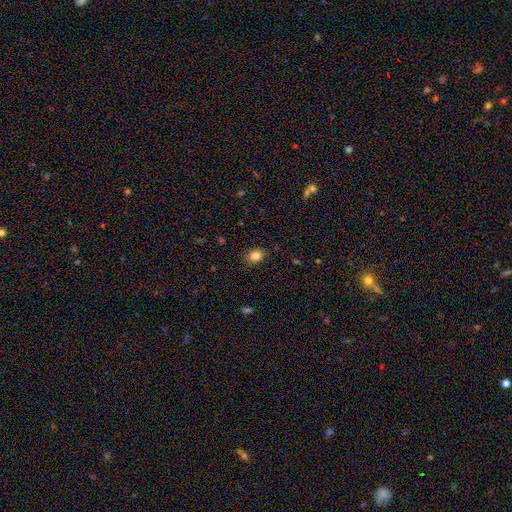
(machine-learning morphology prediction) Smooth or featured? smooth (84%)
How rounded? in between (50%)
Merging? none (85%)